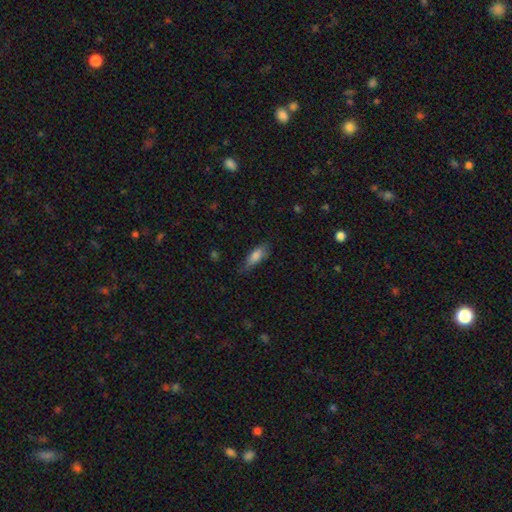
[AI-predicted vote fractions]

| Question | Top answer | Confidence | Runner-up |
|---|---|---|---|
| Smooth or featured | smooth | 80% | featured or disk (13%) |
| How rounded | in between | 65% | cigar-shaped (32%) |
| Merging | none | 65% | minor disturbance (27%) |